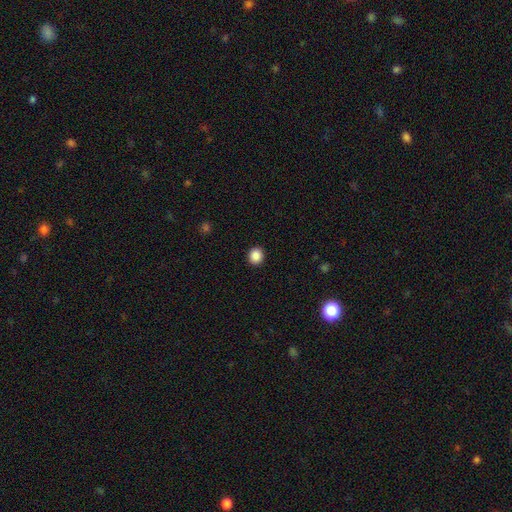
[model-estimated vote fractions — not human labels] smooth_or_featured: smooth (p=0.88) [alt: star or artifact p=0.10]
how_rounded: round (p=0.85) [alt: in between p=0.14]
merging: none (p=0.93) [alt: minor disturbance p=0.05]